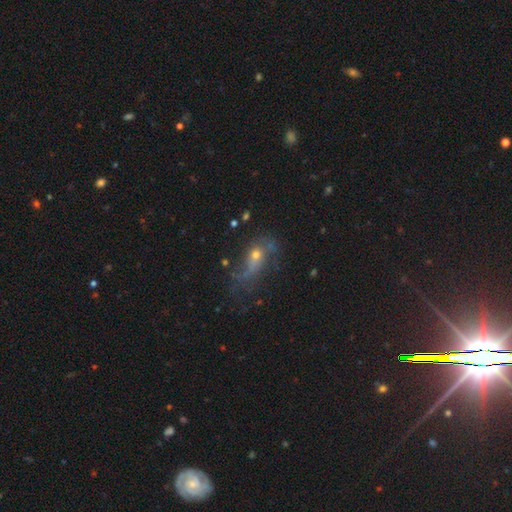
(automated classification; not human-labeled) featured or disk 54%, smooth 30%, star or artifact 16%. Down the decision tree: edge-on disk — no (87%); merging — none (40%).